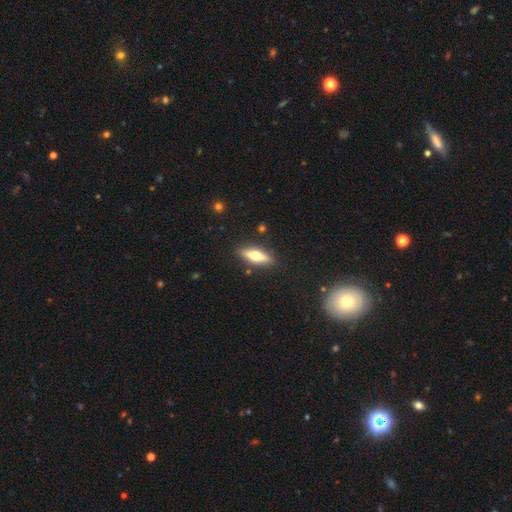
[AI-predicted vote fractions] Smooth or featured? smooth (47%)
Merging? none (86%)